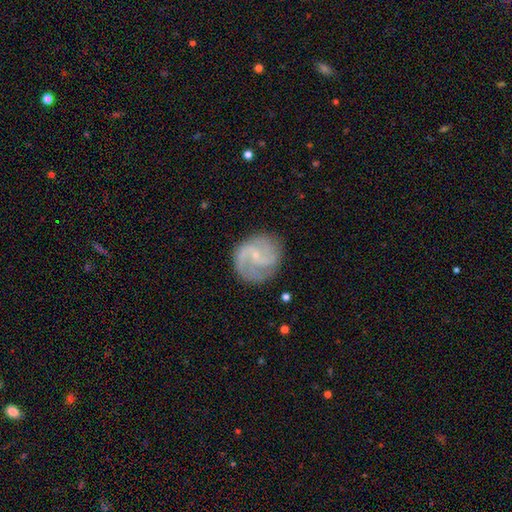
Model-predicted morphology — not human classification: Smooth or featured: featured or disk — 85% (smooth — 10%)
Edge-on disk: no — 98% (yes — 2%)
Bar: no — 50% (weak — 41%)
Spiral arms: yes — 96% (no — 4%)
Spiral winding: medium — 51% (loose — 25%)
Spiral arm count: 2 — 67% (3 — 14%)
Bulge size: small — 81% (moderate — 12%)
Merging: none — 78% (minor disturbance — 15%)